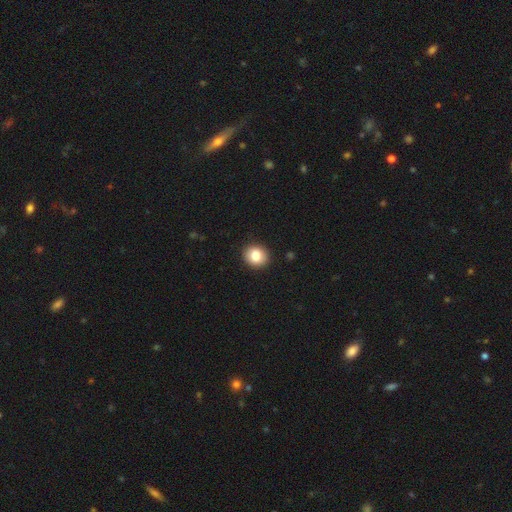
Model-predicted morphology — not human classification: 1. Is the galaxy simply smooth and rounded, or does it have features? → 84% smooth, 9% star or artifact, 7% featured or disk.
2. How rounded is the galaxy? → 76% round, 23% in between, 1% cigar-shaped.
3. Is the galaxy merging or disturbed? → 91% none, 6% minor disturbance, 2% major disturbance, 1% merger.